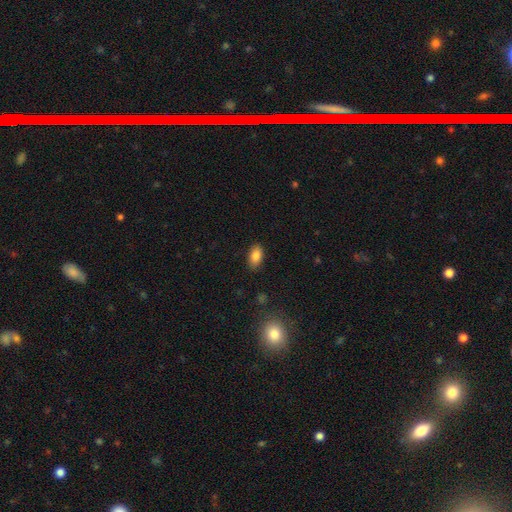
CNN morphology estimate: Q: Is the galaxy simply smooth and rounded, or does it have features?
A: smooth — 85%.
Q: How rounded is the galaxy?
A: in between — 91%.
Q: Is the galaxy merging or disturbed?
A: none — 87%.